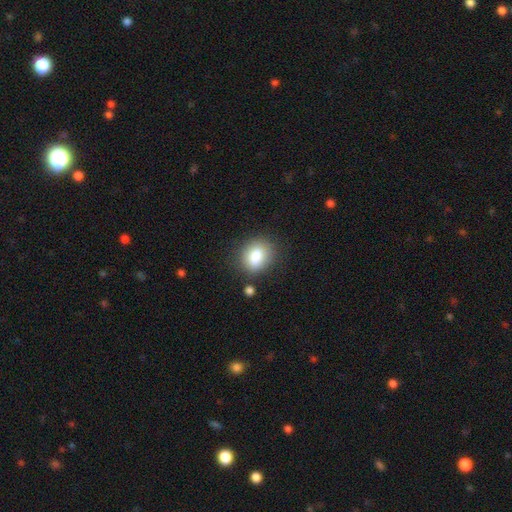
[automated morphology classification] type=smooth (83%); roundness=round (51%); merging=none (78%).